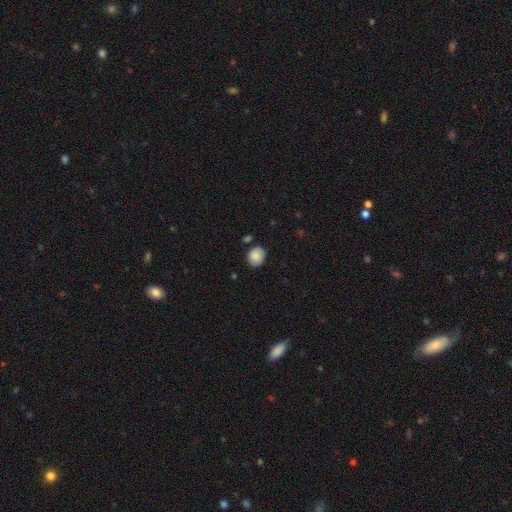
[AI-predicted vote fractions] Smooth or featured?
  - smooth: 84% *
  - featured or disk: 8%
  - star or artifact: 8%
How rounded?
  - round: 65% *
  - in between: 34%
  - cigar-shaped: 1%
Merging?
  - none: 78% *
  - minor disturbance: 15%
  - merger: 4%
  - major disturbance: 3%